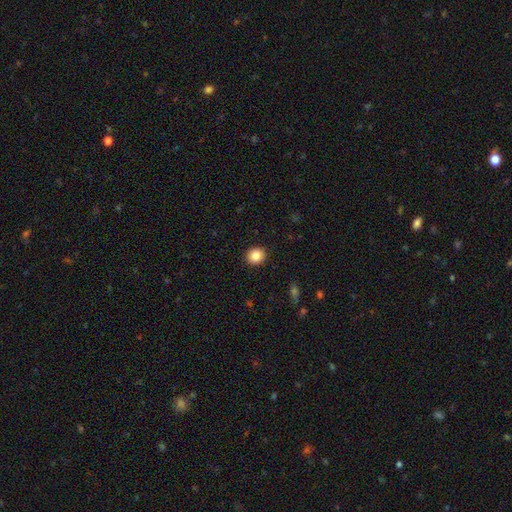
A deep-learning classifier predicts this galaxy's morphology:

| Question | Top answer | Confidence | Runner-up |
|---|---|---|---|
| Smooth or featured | smooth | 86% | star or artifact (9%) |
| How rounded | round | 80% | in between (19%) |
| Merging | none | 92% | minor disturbance (5%) |